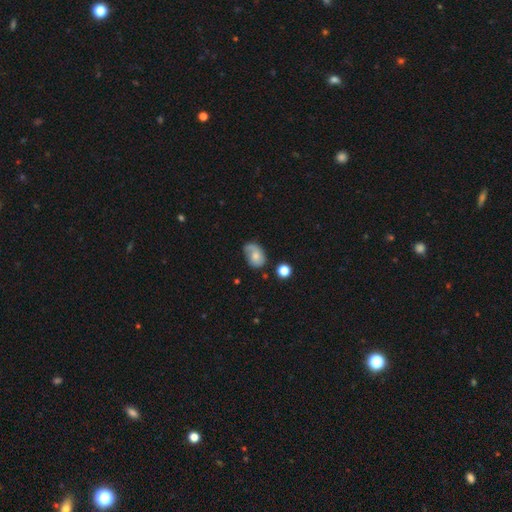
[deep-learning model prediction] Q: Smooth or featured?
A: smooth (54%); runner-up: featured or disk (37%)
Q: How rounded?
A: in between (78%); runner-up: round (21%)
Q: Merging?
A: none (47%); runner-up: minor disturbance (33%)